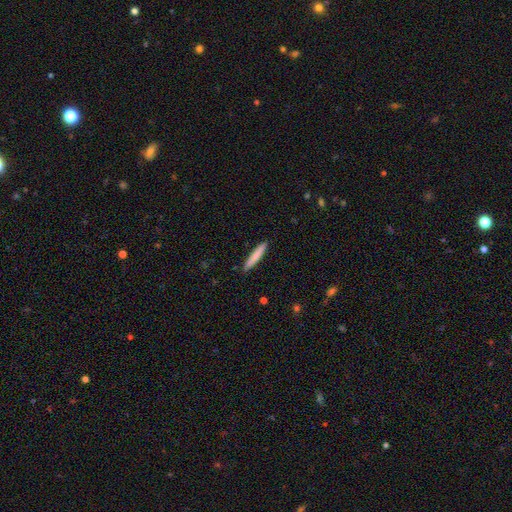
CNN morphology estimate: A smooth galaxy with no disk features (79%) that is cigar-shaped (94%).

Vote fractions:
- Smooth or featured? smooth: 79% / featured or disk: 15% / star or artifact: 6%
- How rounded? cigar-shaped: 94% / in between: 5% / round: 1%
- Merging? none: 90% / minor disturbance: 7% / major disturbance: 1% / merger: 1%